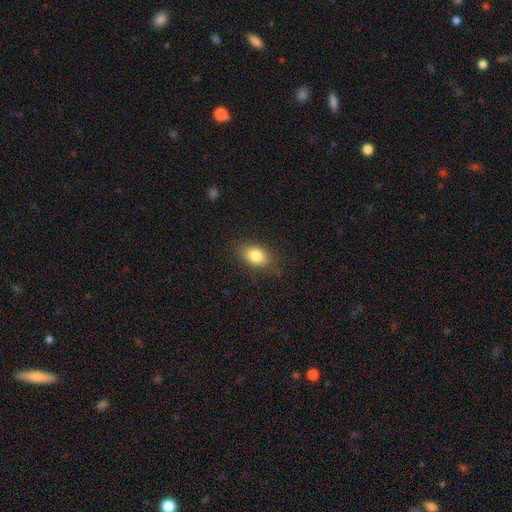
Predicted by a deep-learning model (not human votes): Q: Smooth or featured?
A: smooth (83%); runner-up: featured or disk (9%)
Q: How rounded?
A: in between (84%); runner-up: round (13%)
Q: Merging?
A: none (81%); runner-up: minor disturbance (14%)